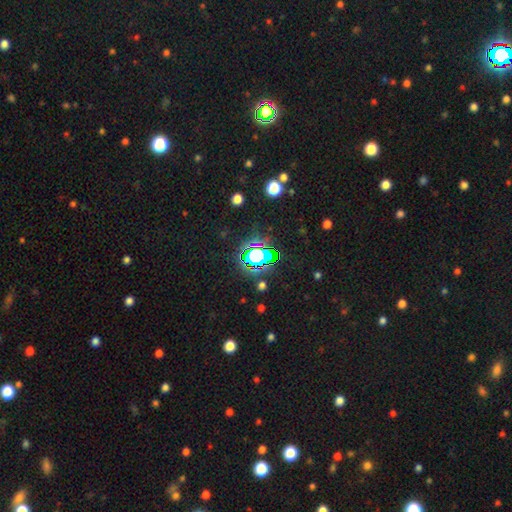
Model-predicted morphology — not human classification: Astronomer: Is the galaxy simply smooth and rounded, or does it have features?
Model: star or artifact — 66%.